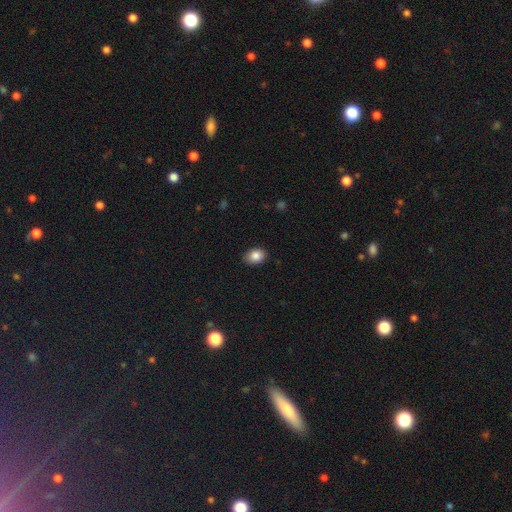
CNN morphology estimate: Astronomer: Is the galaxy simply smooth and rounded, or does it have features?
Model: smooth — 87%.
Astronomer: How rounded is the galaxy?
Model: in between — 66%.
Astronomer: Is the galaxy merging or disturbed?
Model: none — 85%.